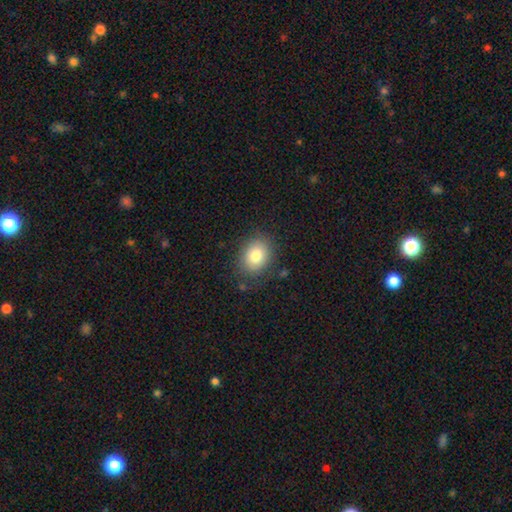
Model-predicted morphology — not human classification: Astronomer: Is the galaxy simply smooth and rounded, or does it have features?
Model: smooth — 81%.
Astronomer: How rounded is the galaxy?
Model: in between — 56% (runner-up: round, 43%).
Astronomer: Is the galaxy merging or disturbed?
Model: none — 82%.